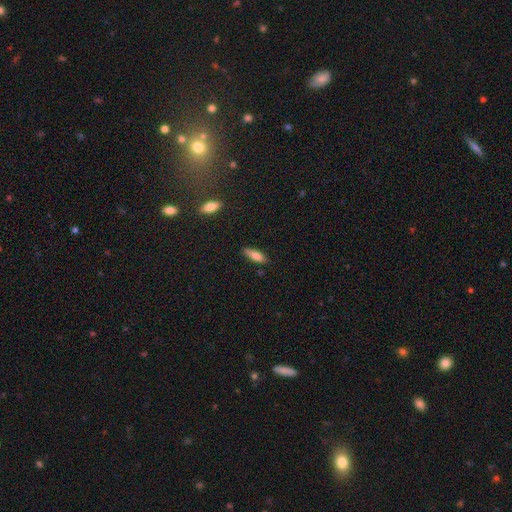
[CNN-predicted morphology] Q: Smooth or featured?
A: smooth (77%); runner-up: featured or disk (16%)
Q: How rounded?
A: cigar-shaped (51%); runner-up: in between (47%)
Q: Merging?
A: none (76%); runner-up: minor disturbance (18%)